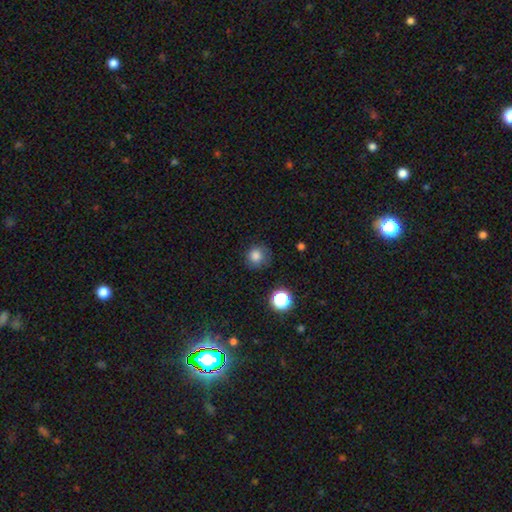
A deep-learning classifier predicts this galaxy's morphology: Smooth or featured: smooth — 82% (star or artifact — 12%)
How rounded: round — 92% (in between — 7%)
Merging: none — 79% (minor disturbance — 15%)